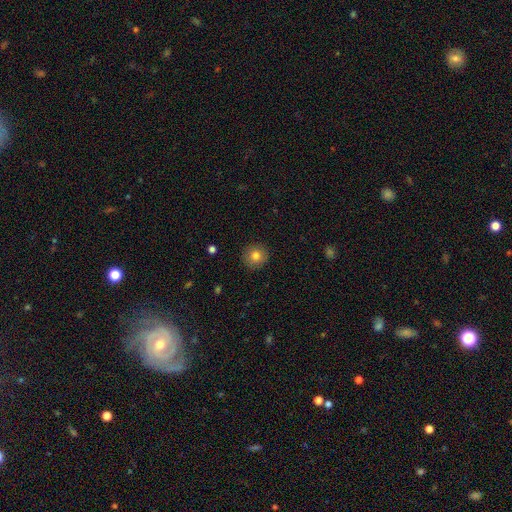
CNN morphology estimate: Overall: smooth (81%). How rounded: round (94%). Merging: none (91%).